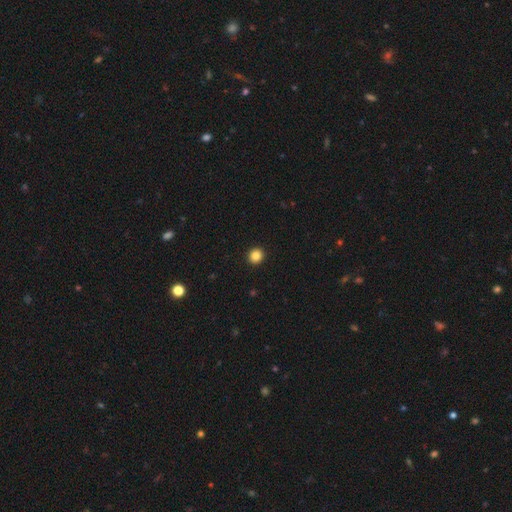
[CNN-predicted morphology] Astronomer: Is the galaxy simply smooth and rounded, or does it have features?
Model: smooth — 86%.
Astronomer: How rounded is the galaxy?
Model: round — 91%.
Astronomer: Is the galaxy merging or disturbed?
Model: none — 94%.